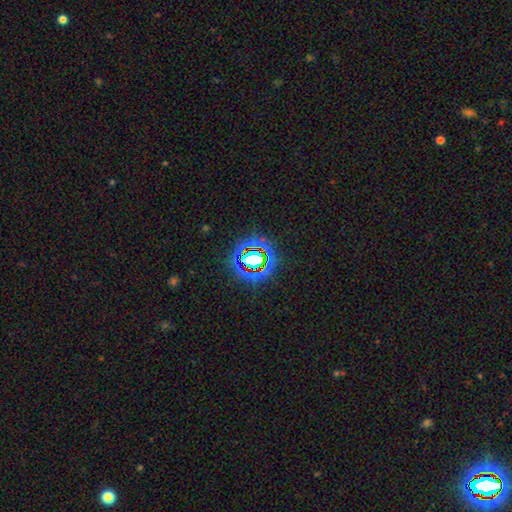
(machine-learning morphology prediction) smooth-or-featured: star or artifact: 69% | smooth: 19% | featured or disk: 11%